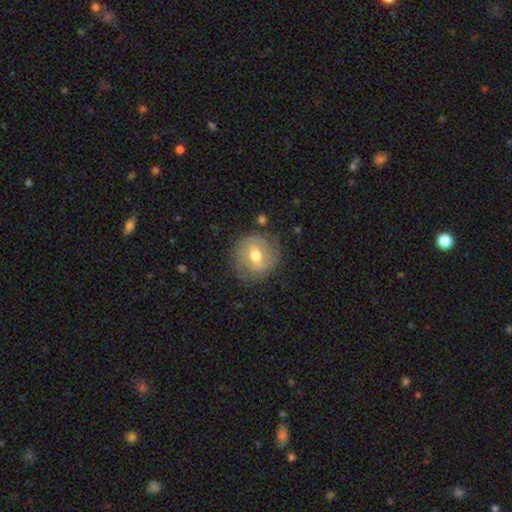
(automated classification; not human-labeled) A featured or disk galaxy (47%). Merging: none (77%).